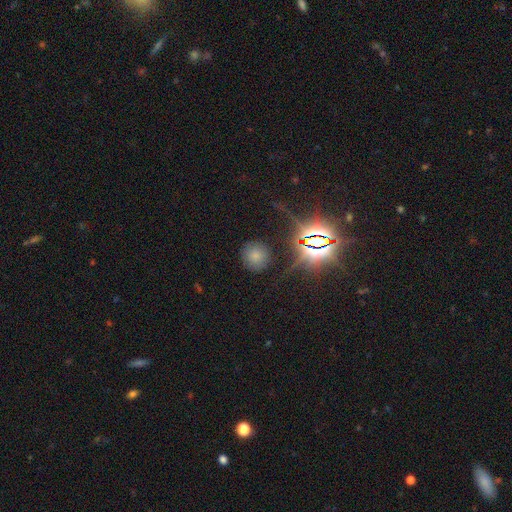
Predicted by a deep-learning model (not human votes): A smooth galaxy with no disk features (66%) that is round (91%).

Vote fractions:
- Smooth or featured? smooth: 66% / star or artifact: 24% / featured or disk: 9%
- How rounded? round: 91% / in between: 7% / cigar-shaped: 1%
- Merging? none: 83% / minor disturbance: 10% / major disturbance: 5% / merger: 2%